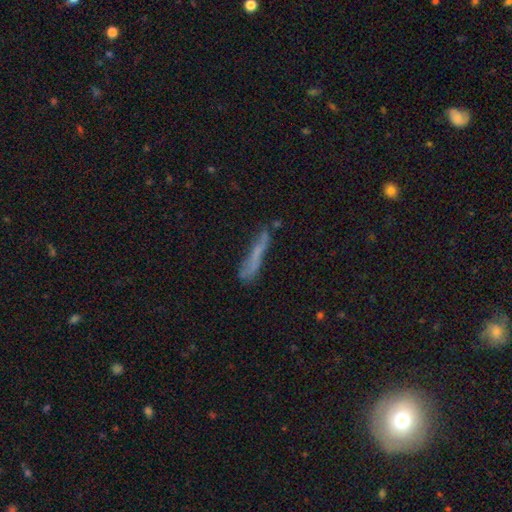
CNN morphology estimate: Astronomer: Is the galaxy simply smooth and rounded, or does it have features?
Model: smooth — 57% (runner-up: featured or disk, 32%).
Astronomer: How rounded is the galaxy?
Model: cigar-shaped — 92%.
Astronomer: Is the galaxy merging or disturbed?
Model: none — 58%.